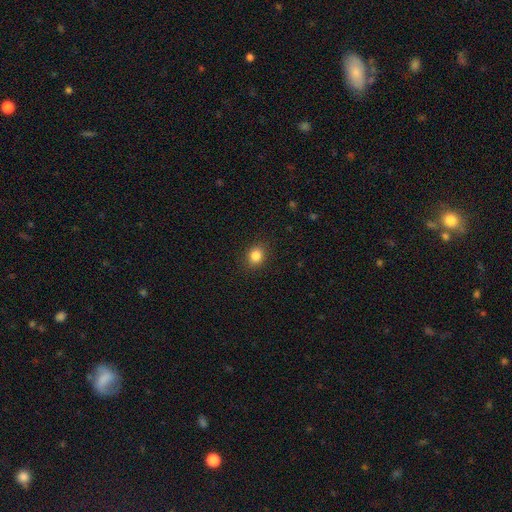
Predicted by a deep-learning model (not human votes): Overall: smooth (85%). How rounded: round (61%; in between 38%). Merging: none (89%).